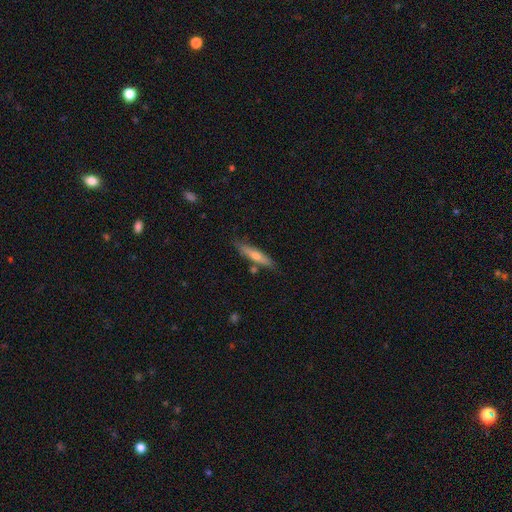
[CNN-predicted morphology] Q: Smooth or featured?
A: featured or disk (49%); runner-up: smooth (43%)
Q: Merging?
A: none (82%); runner-up: minor disturbance (12%)